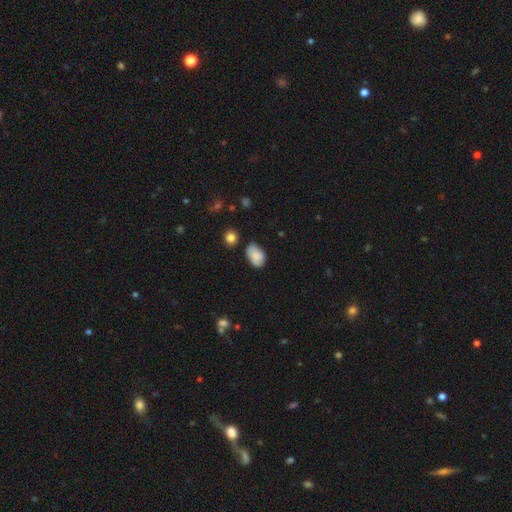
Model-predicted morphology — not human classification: Smooth or featured?
  - smooth: 82% *
  - featured or disk: 10%
  - star or artifact: 8%
How rounded?
  - in between: 89% *
  - round: 10%
  - cigar-shaped: 1%
Merging?
  - none: 65% *
  - minor disturbance: 26%
  - major disturbance: 5%
  - merger: 4%